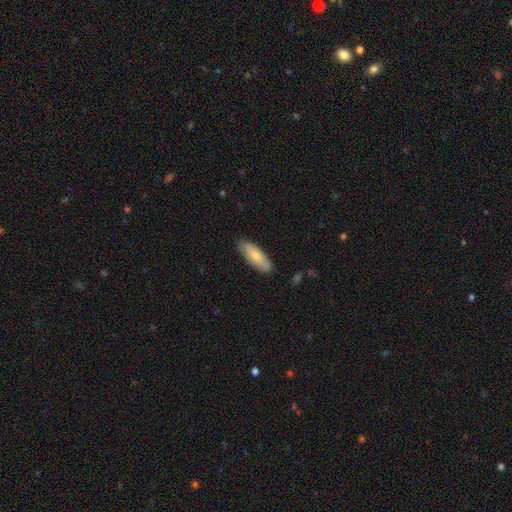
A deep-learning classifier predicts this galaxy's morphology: Smooth or featured?
  - smooth: 69% *
  - featured or disk: 26%
  - star or artifact: 5%
How rounded?
  - in between: 69% *
  - cigar-shaped: 29%
  - round: 2%
Merging?
  - none: 80% *
  - minor disturbance: 16%
  - major disturbance: 3%
  - merger: 1%